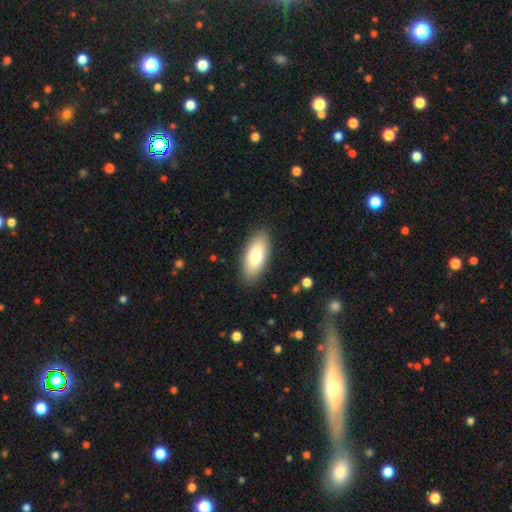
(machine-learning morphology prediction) type=smooth (77%); roundness=in between (88%); merging=none (88%).